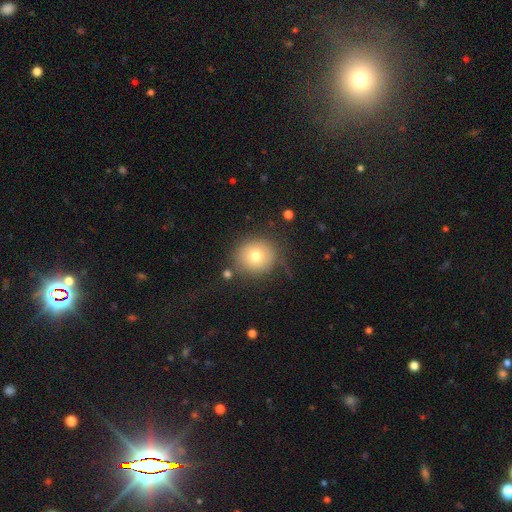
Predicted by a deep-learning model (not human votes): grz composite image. It shows a smooth galaxy with no disk features (73%) that is round (89%). Merging: none (76%).